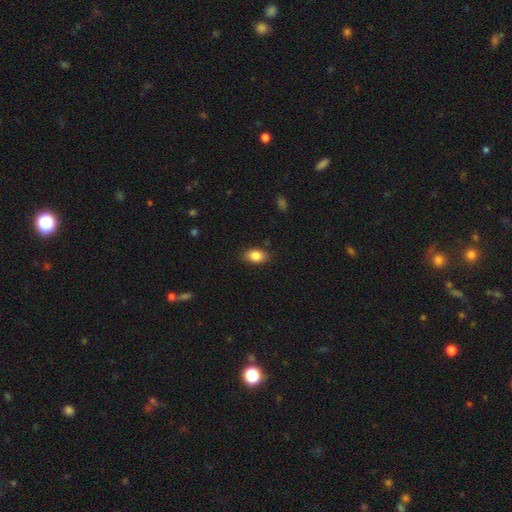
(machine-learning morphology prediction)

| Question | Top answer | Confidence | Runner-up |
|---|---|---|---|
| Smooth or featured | smooth | 85% | star or artifact (8%) |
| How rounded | in between | 86% | round (12%) |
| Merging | none | 85% | minor disturbance (12%) |